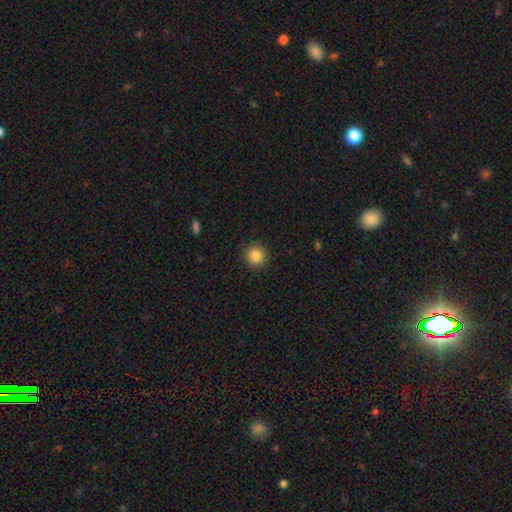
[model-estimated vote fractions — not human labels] smooth_or_featured: smooth (p=0.85) [alt: star or artifact p=0.10]
how_rounded: round (p=0.94) [alt: in between p=0.05]
merging: none (p=0.90) [alt: minor disturbance p=0.07]